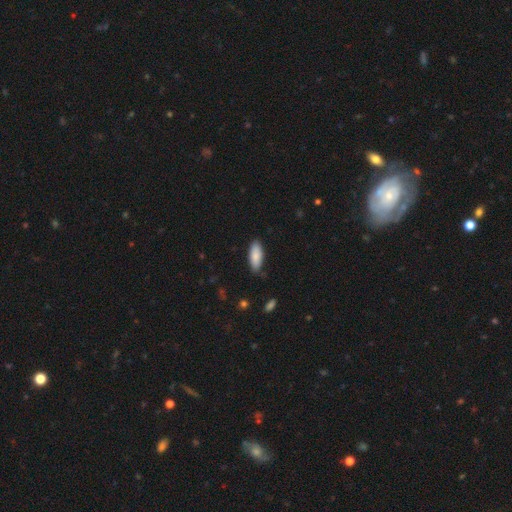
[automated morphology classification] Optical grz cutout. It shows a smooth galaxy with no disk features (87%) that is in between round and cigar-shaped (79%). Merging: none (83%).